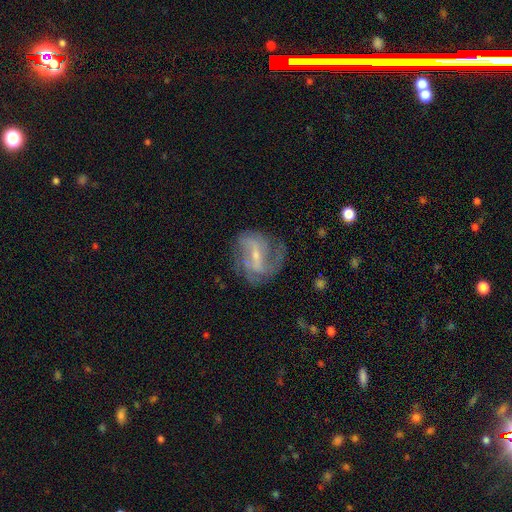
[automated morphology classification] This appears to be a featured or disk galaxy (80%) with a strong bar (42%, tied with weak), 2 (54%) medium (44%) spiral arms (88%) and a small central bulge (65%). Merging: none (60%).